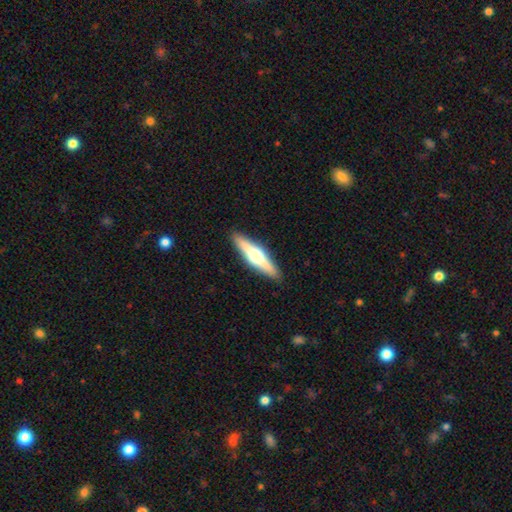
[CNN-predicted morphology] Smooth or featured? Predicted: featured or disk (p=0.64). Edge-on disk? Predicted: yes (p=0.96). Edge-on bulge? Predicted: rounded (p=0.95). Merging? Predicted: none (p=0.91).